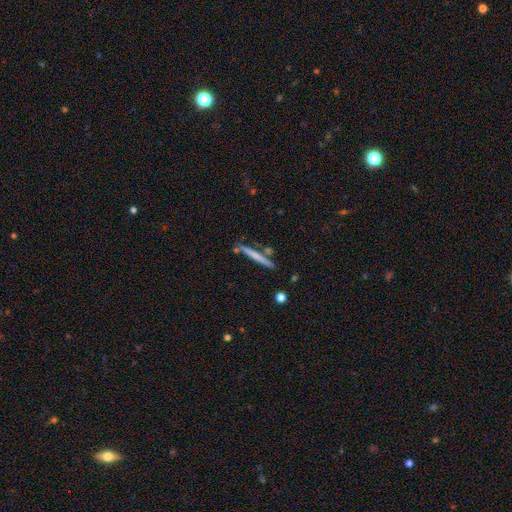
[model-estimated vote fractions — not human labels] This is possibly a smooth galaxy (57%). How rounded: clearly cigar-shaped (96%). Merging: likely none (80%).